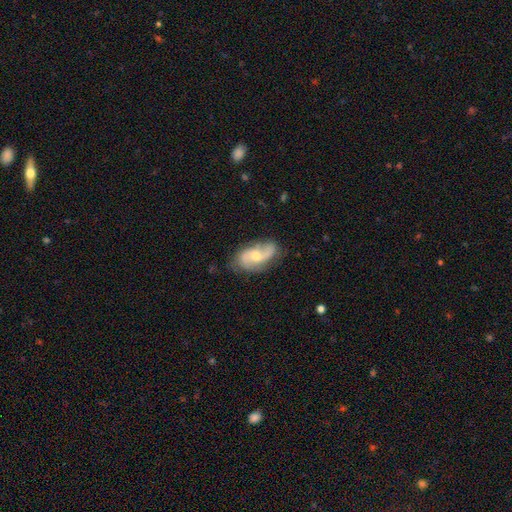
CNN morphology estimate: This is likely a featured or disk galaxy (74%). It is clearly not viewed edge-on (95%). Bar: likely no (60%). Spiral arm pattern: clearly yes (92%). Spiral arm count: clearly 2 (84%). Spiral winding: possibly loose (48%). Central bulge: possibly moderate (60%). Merging: likely none (70%).